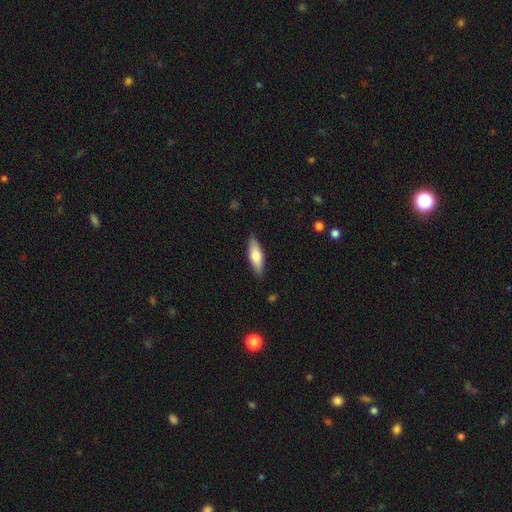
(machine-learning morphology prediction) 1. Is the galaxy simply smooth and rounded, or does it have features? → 72% smooth, 23% featured or disk, 6% star or artifact.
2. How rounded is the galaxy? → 59% in between, 39% cigar-shaped, 2% round.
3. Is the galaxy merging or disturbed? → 86% none, 11% minor disturbance, 2% major disturbance, 1% merger.